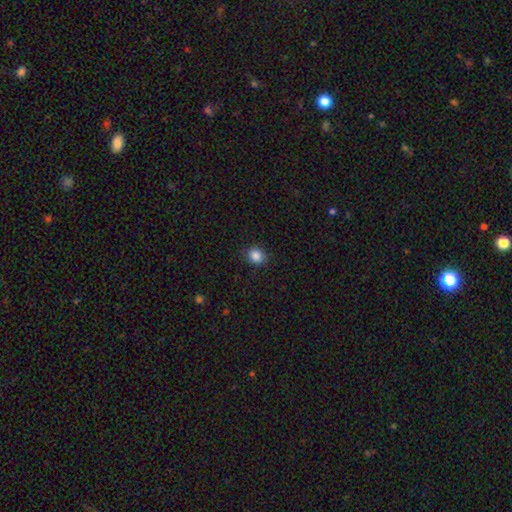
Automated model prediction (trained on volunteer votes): smooth-or-featured: smooth: 86% | star or artifact: 10% | featured or disk: 4%
  how-rounded: round: 71% | in between: 28% | cigar-shaped: 1%
  merging: none: 87% | minor disturbance: 10% | major disturbance: 3% | merger: 1%